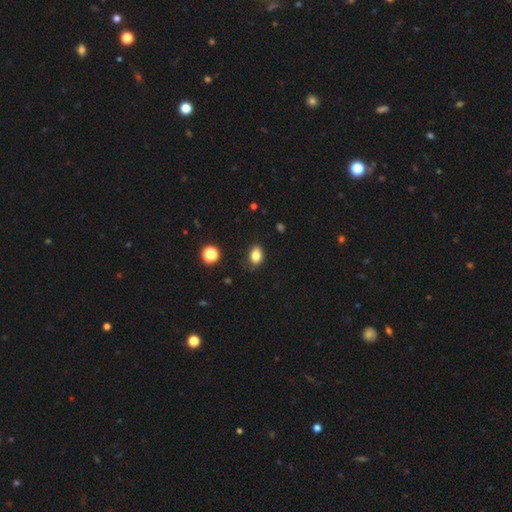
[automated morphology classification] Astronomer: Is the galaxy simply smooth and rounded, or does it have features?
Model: smooth — 82%.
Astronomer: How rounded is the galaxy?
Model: in between — 76%.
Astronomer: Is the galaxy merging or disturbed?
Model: none — 82%.